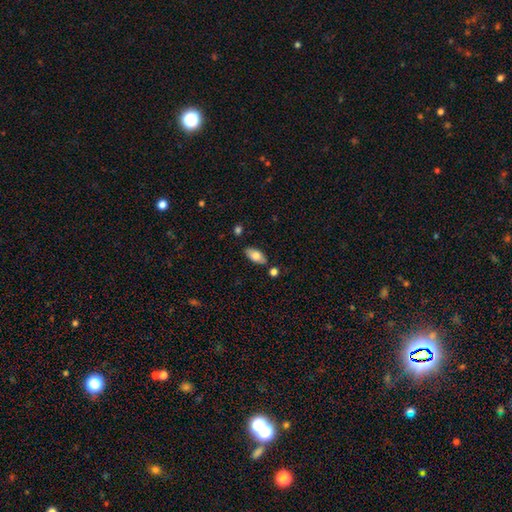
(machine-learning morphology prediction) Smooth or featured? Predicted: smooth (p=0.77). How rounded? Predicted: in between (p=0.90). Merging? Predicted: none (p=0.81).